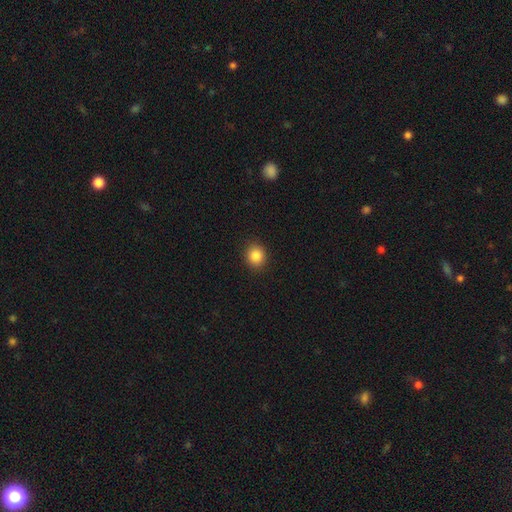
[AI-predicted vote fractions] Overall: smooth (85%). How rounded: round (81%). Merging: none (91%).